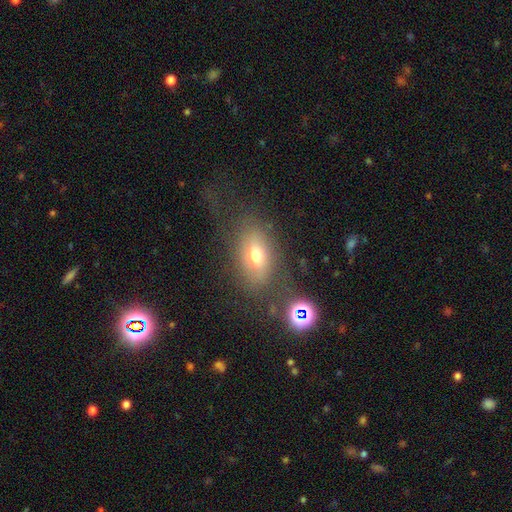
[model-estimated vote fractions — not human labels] Smooth or featured?
  - smooth: 60% *
  - featured or disk: 27%
  - star or artifact: 13%
How rounded?
  - in between: 83% *
  - round: 13%
  - cigar-shaped: 5%
Merging?
  - none: 64% *
  - minor disturbance: 18%
  - major disturbance: 13%
  - merger: 5%